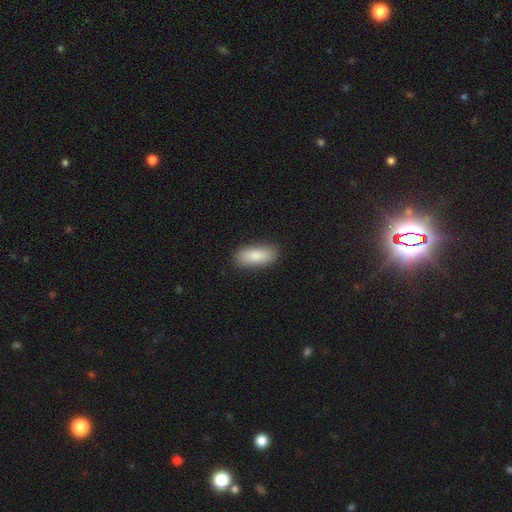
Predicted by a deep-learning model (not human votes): This appears to be a smooth galaxy with no disk features (86%) that is in between round and cigar-shaped (84%). Merging: none (87%).